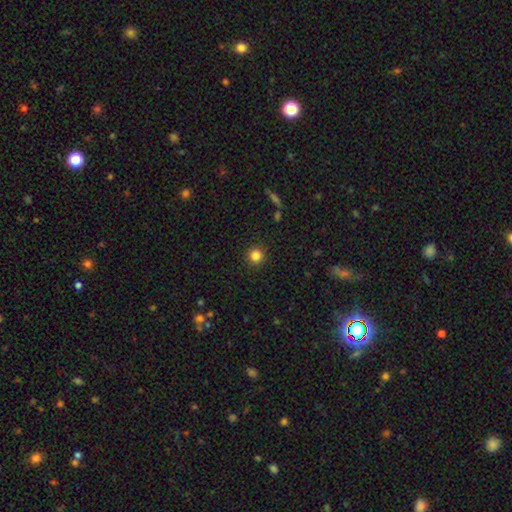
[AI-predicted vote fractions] A smooth galaxy with no disk features (83%) that is round (94%). Merging: none (92%).